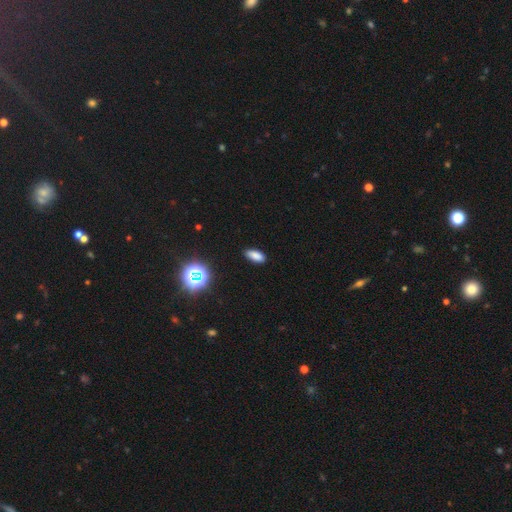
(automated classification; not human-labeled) This appears to be a smooth galaxy with no disk features (82%) that is in between round and cigar-shaped (86%). Merging: none (86%).